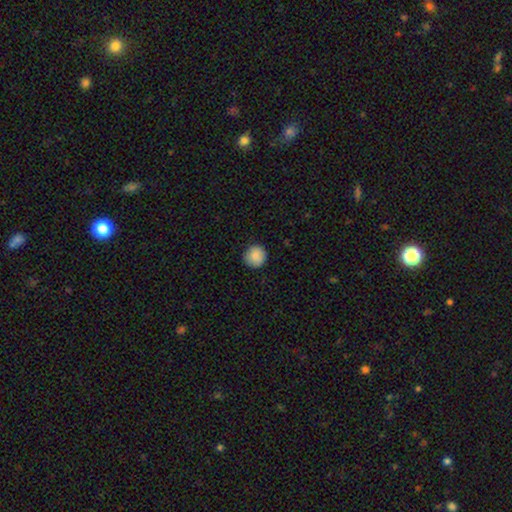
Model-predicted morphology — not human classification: smooth 87%, star or artifact 8%, featured or disk 5%. Down the decision tree: how rounded — round (95%); merging — none (89%).